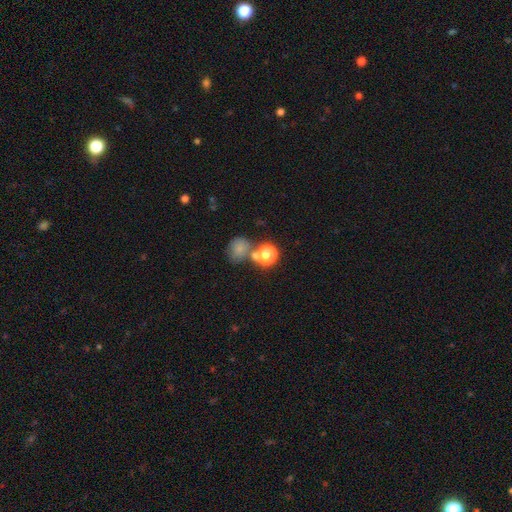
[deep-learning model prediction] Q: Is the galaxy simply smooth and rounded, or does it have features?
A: smooth — 45%.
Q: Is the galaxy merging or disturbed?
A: none — 49%.